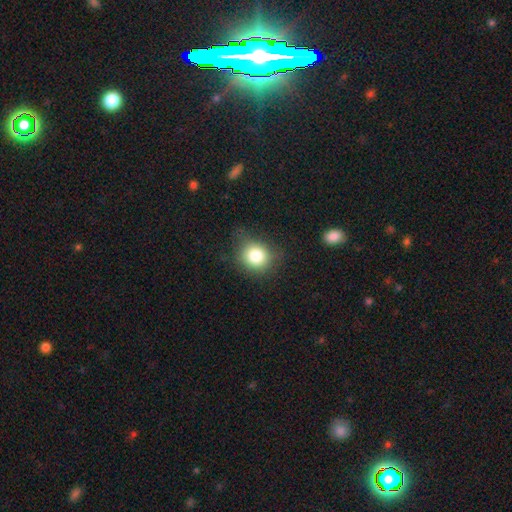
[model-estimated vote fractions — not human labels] smooth-or-featured: smooth: 81% | star or artifact: 11% | featured or disk: 9%
  how-rounded: round: 79% | in between: 20% | cigar-shaped: 1%
  merging: none: 69% | minor disturbance: 22% | major disturbance: 7% | merger: 2%